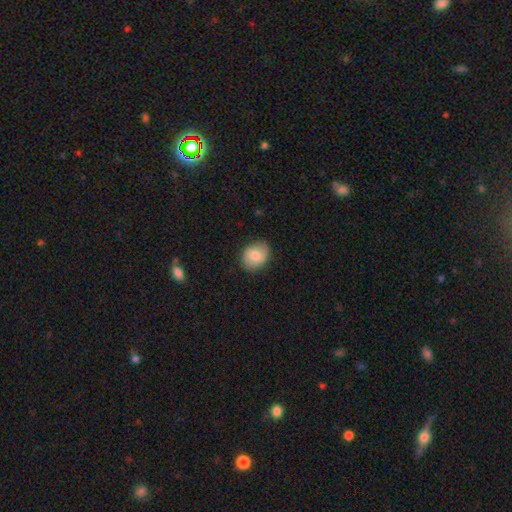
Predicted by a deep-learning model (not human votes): A smooth galaxy with no disk features (78%) that is in between round and cigar-shaped (54%).

Vote fractions:
- Smooth or featured? smooth: 78% / featured or disk: 15% / star or artifact: 7%
- How rounded? in between: 54% / round: 45% / cigar-shaped: 1%
- Merging? none: 81% / minor disturbance: 15% / major disturbance: 3% / merger: 1%